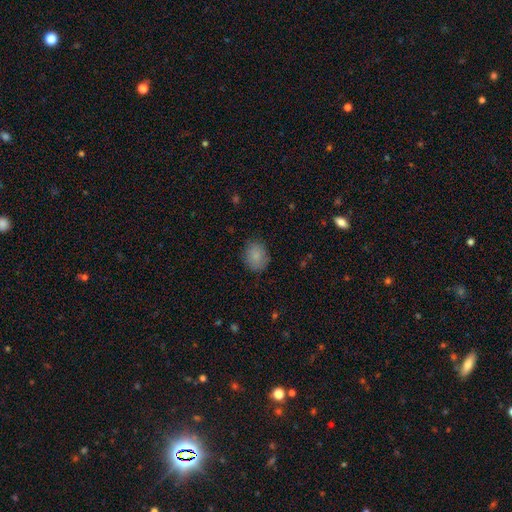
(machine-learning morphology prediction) Smooth or featured: smooth — 86% (star or artifact — 8%)
How rounded: in between — 50% (round — 49%)
Merging: none — 83% (minor disturbance — 13%)